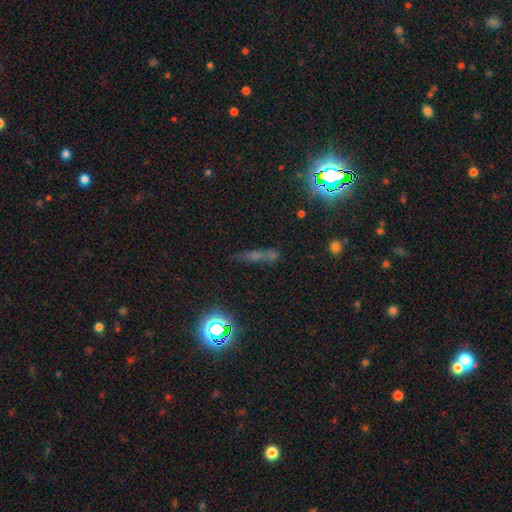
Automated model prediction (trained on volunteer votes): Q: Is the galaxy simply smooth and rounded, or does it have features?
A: smooth — 41%.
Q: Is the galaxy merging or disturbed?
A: none — 59%.